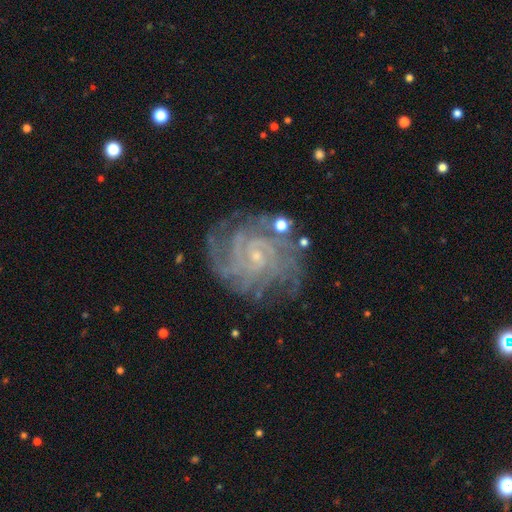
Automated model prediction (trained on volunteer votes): Smooth or featured?
  - featured or disk: 89% *
  - star or artifact: 6%
  - smooth: 4%
Edge-on disk?
  - no: 98% *
  - yes: 2%
Bar?
  - no: 62% *
  - weak: 30%
  - strong: 8%
Spiral arms?
  - yes: 98% *
  - no: 2%
Spiral winding?
  - tight: 73% *
  - medium: 23%
  - loose: 4%
Spiral arm count?
  - 4: 26% *
  - can't tell: 19%
  - more than 4: 18%
  - 3: 16%
  - 2: 12%
  - 1: 8%
Bulge size?
  - small: 86% *
  - moderate: 8%
  - none: 4%
  - large: 1%
  - dominant: 1%
Merging?
  - none: 75% *
  - minor disturbance: 16%
  - major disturbance: 6%
  - merger: 2%